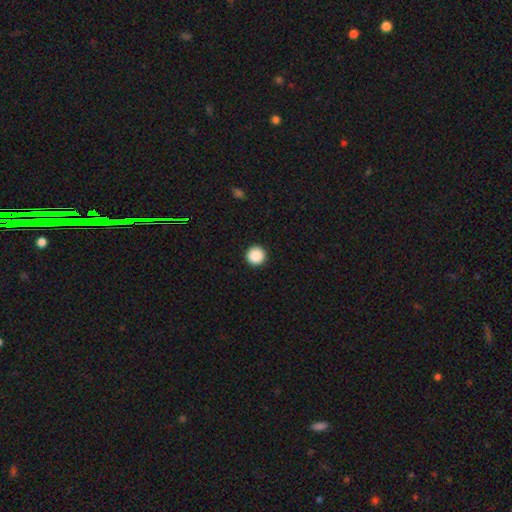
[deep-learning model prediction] Q: Smooth or featured?
A: smooth (89%); runner-up: star or artifact (9%)
Q: How rounded?
A: round (97%); runner-up: in between (2%)
Q: Merging?
A: none (94%); runner-up: minor disturbance (4%)